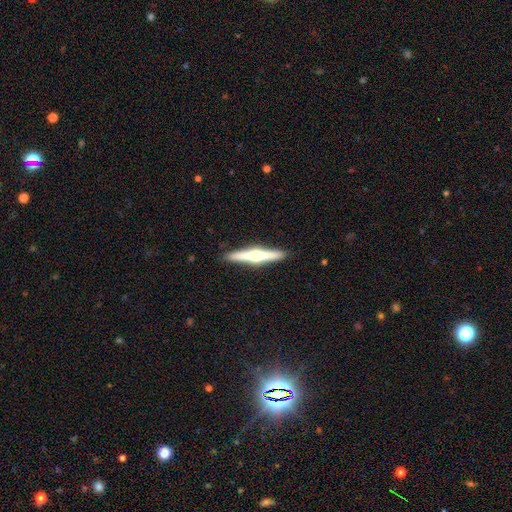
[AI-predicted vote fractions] featured or disk 68%, smooth 27%, star or artifact 5%. Down the decision tree: edge-on disk — yes (98%); edge-on bulge — rounded (90%); merging — none (91%).